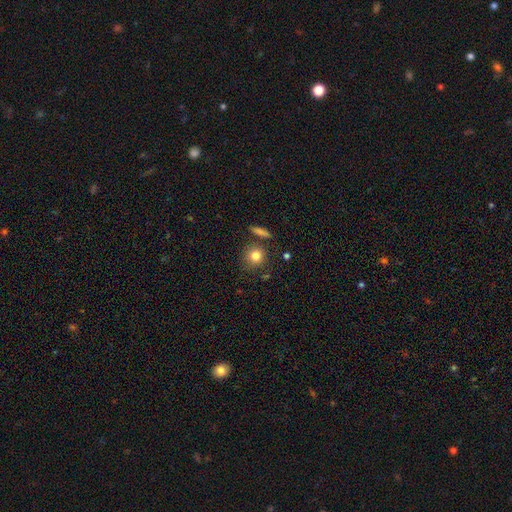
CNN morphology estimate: This is clearly a smooth galaxy (82%). How rounded: clearly round (88%). Merging: likely none (77%).